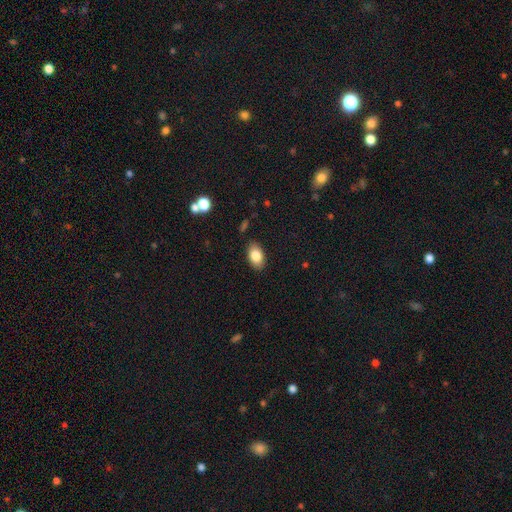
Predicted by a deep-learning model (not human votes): Overall: smooth (83%). How rounded: in between (91%). Merging: none (86%).